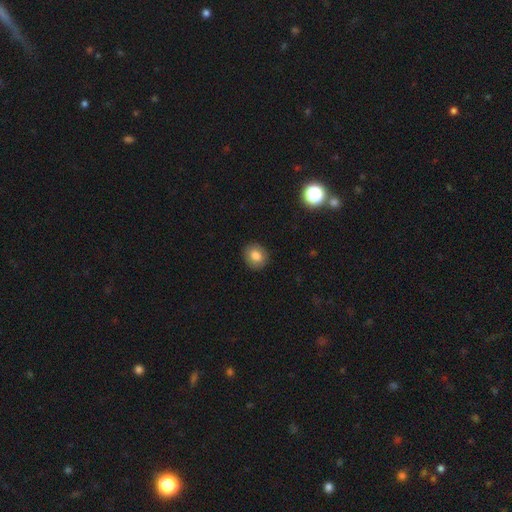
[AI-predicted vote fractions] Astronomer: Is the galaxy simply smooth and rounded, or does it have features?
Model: smooth — 80%.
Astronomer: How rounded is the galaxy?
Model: round — 71%.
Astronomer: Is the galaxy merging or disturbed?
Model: none — 89%.